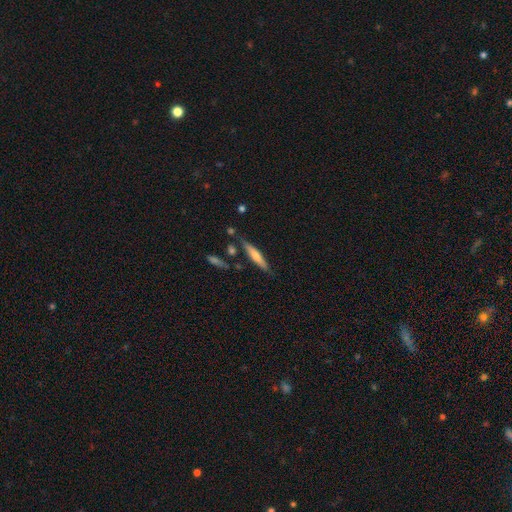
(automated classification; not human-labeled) A smooth galaxy with no disk features (51%) that is cigar-shaped (88%).

Vote fractions:
- Smooth or featured? smooth: 51% / featured or disk: 43% / star or artifact: 6%
- How rounded? cigar-shaped: 88% / in between: 11% / round: 2%
- Merging? none: 78% / minor disturbance: 13% / merger: 5% / major disturbance: 3%